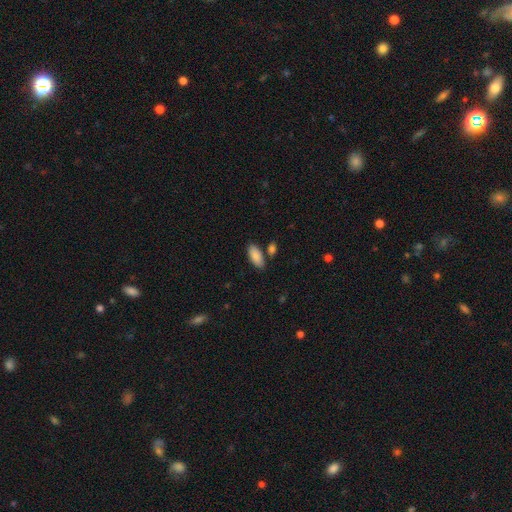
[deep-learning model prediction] Smooth or featured?
  - smooth: 87% *
  - star or artifact: 6%
  - featured or disk: 6%
How rounded?
  - in between: 89% *
  - cigar-shaped: 9%
  - round: 2%
Merging?
  - none: 78% *
  - minor disturbance: 11%
  - merger: 8%
  - major disturbance: 3%